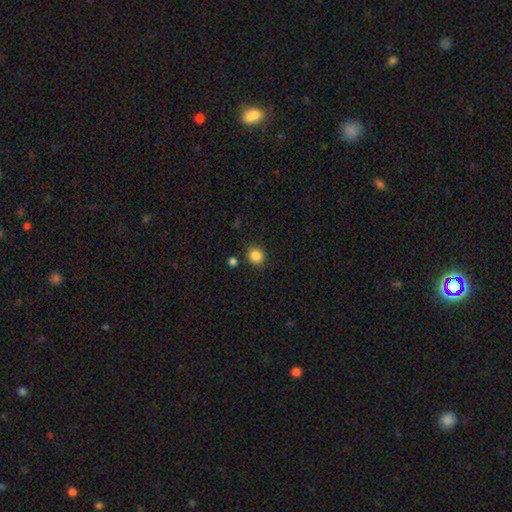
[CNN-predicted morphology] Smooth or featured: smooth — 86% (star or artifact — 11%)
How rounded: round — 88% (in between — 11%)
Merging: none — 87% (minor disturbance — 7%)